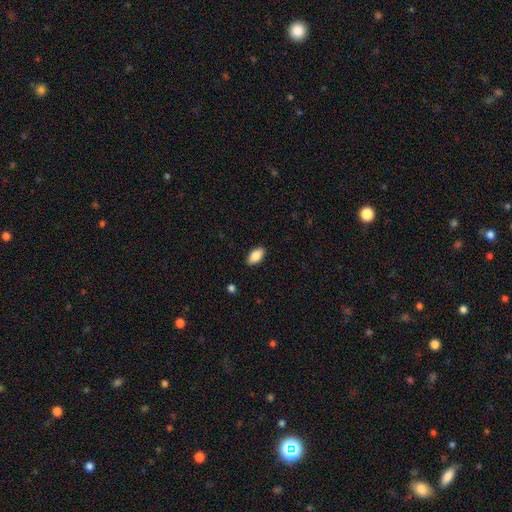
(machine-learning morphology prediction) Smooth or featured? Predicted: smooth (p=0.86). How rounded? Predicted: in between (p=0.93). Merging? Predicted: none (p=0.89).